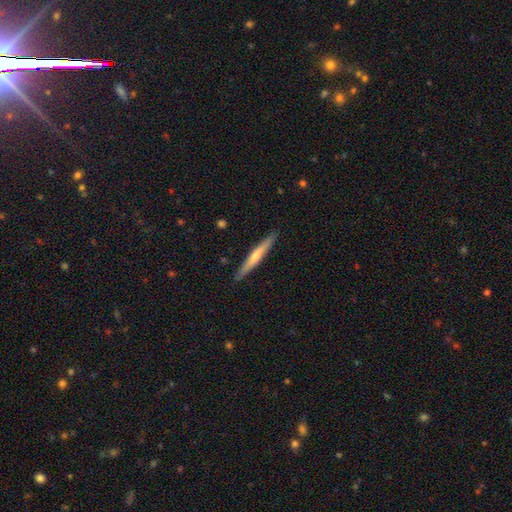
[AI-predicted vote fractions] Morphology: type=featured or disk (57%); edge-on=yes (97%); edge-on bulge=rounded (65%); merging=none (92%).